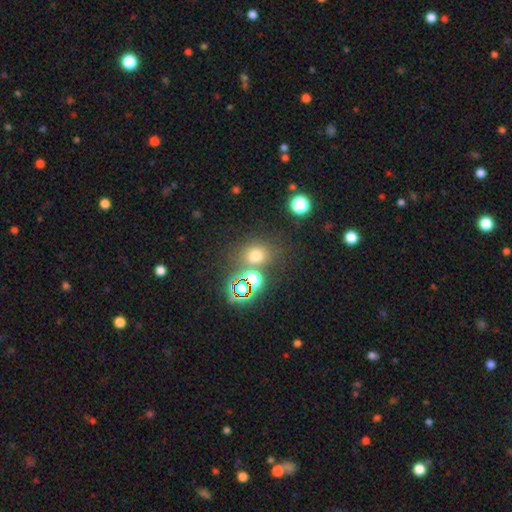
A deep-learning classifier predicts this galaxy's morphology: Overall: smooth (63%; star or artifact 28%). How rounded: round (71%). Merging: none (65%).